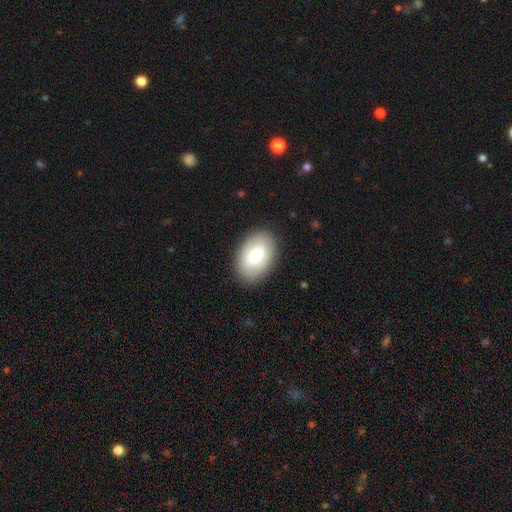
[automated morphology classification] A smooth galaxy with no disk features (70%) that is in between round and cigar-shaped (89%).

Vote fractions:
- Smooth or featured? smooth: 70% / featured or disk: 24% / star or artifact: 7%
- How rounded? in between: 89% / round: 9% / cigar-shaped: 1%
- Merging? none: 87% / minor disturbance: 9% / major disturbance: 3% / merger: 1%